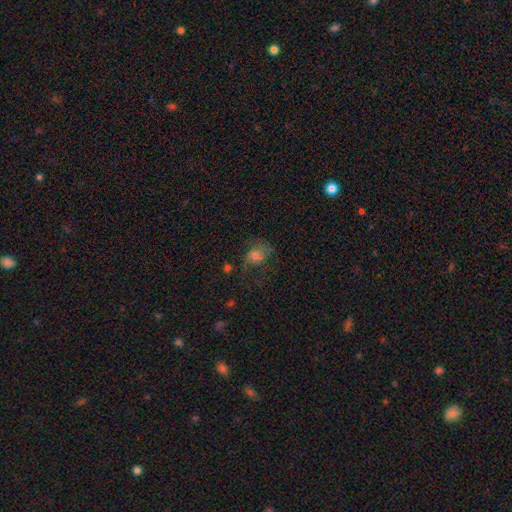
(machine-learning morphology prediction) A smooth galaxy with no disk features (50%) that is in between round and cigar-shaped (55%). Merging: none (42%).